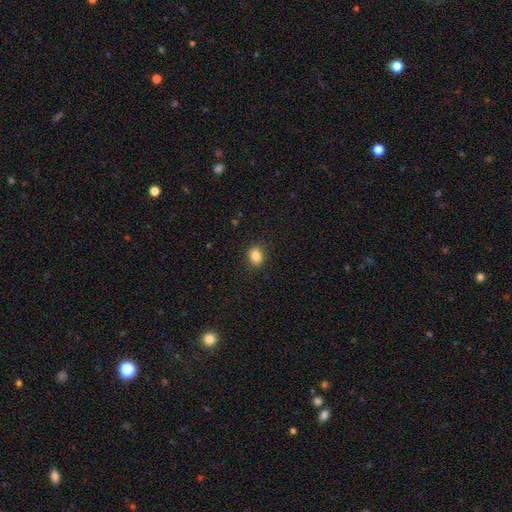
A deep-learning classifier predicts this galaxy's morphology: smooth-or-featured: smooth: 85% | star or artifact: 10% | featured or disk: 5%
  how-rounded: in between: 52% | round: 46% | cigar-shaped: 1%
  merging: none: 88% | minor disturbance: 9% | major disturbance: 2% | merger: 1%